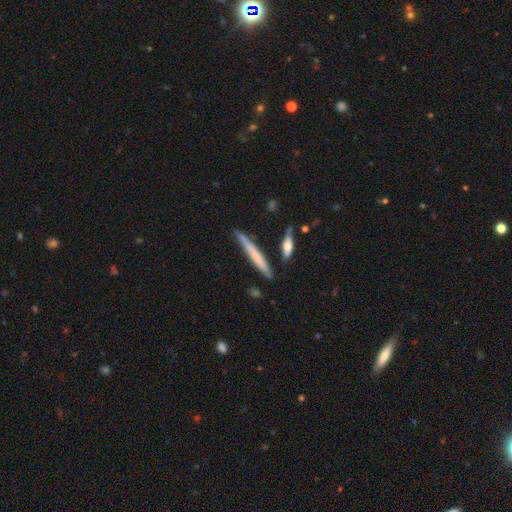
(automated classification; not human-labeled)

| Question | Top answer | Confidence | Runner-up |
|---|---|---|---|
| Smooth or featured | smooth | 56% | featured or disk (39%) |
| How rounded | cigar-shaped | 95% | in between (3%) |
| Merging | none | 83% | minor disturbance (12%) |